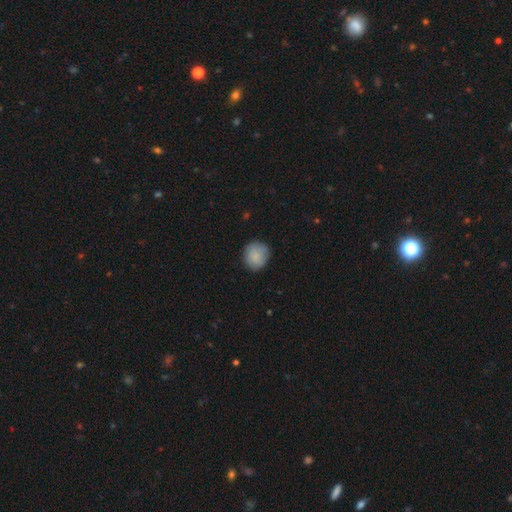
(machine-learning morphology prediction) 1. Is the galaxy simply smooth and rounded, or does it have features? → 87% smooth, 7% star or artifact, 6% featured or disk.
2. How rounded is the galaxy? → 87% round, 12% in between, 1% cigar-shaped.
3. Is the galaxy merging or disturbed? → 83% none, 13% minor disturbance, 3% major disturbance, 1% merger.